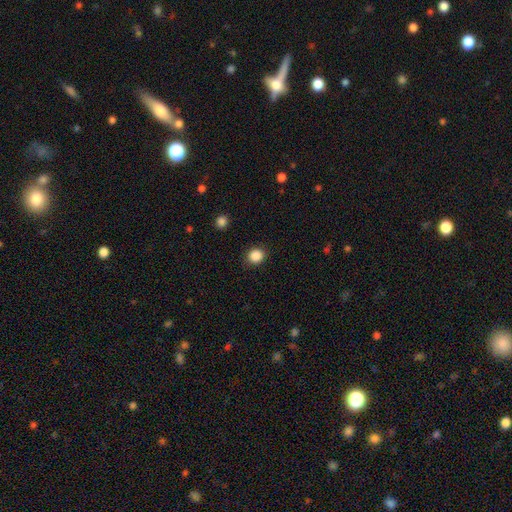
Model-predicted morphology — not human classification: Overall: smooth (87%). How rounded: round (82%). Merging: none (89%).